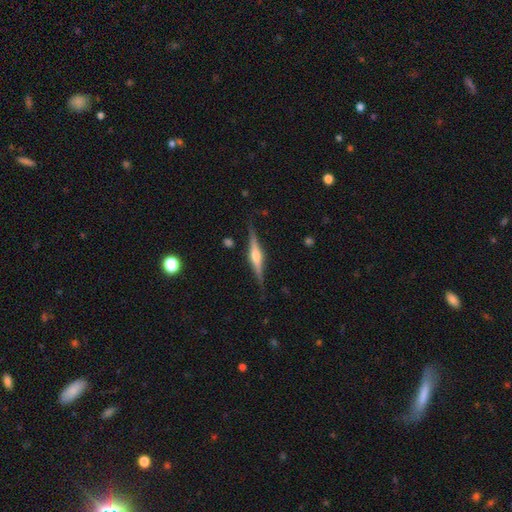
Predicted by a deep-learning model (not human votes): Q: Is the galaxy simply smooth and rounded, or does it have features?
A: featured or disk — 78%.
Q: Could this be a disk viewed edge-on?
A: yes — 98%.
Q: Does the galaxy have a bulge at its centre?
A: rounded — 87%.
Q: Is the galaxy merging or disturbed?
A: none — 86%.